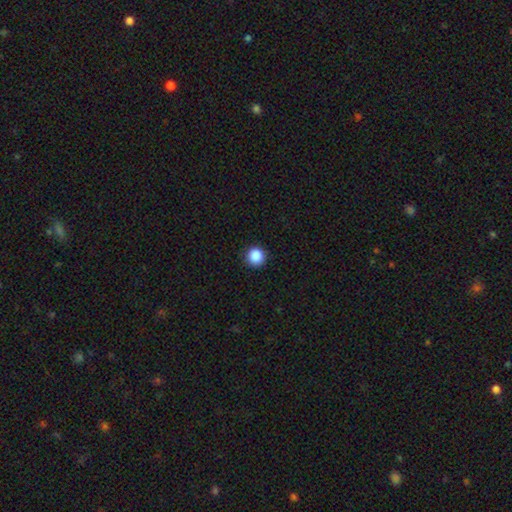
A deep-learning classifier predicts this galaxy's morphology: Smooth or featured?
  - smooth: 88% *
  - star or artifact: 9%
  - featured or disk: 2%
How rounded?
  - round: 95% *
  - in between: 4%
  - cigar-shaped: 1%
Merging?
  - none: 92% *
  - minor disturbance: 5%
  - major disturbance: 2%
  - merger: 1%